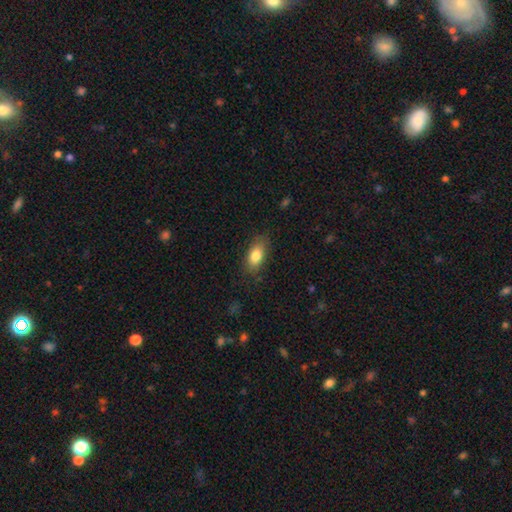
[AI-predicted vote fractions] A smooth galaxy with no disk features (83%) that is in between round and cigar-shaped (87%).

Vote fractions:
- Smooth or featured? smooth: 83% / featured or disk: 10% / star or artifact: 7%
- How rounded? in between: 87% / cigar-shaped: 7% / round: 6%
- Merging? none: 78% / minor disturbance: 16% / major disturbance: 5% / merger: 1%